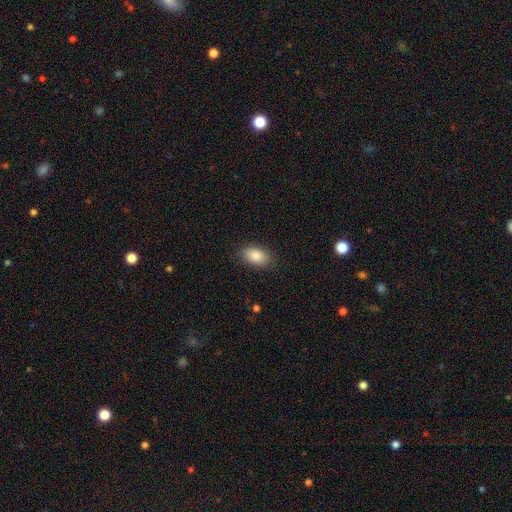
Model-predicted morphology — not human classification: smooth_or_featured: smooth (p=0.87) [alt: star or artifact p=0.07]
how_rounded: in between (p=0.91) [alt: round p=0.07]
merging: none (p=0.86) [alt: minor disturbance p=0.11]